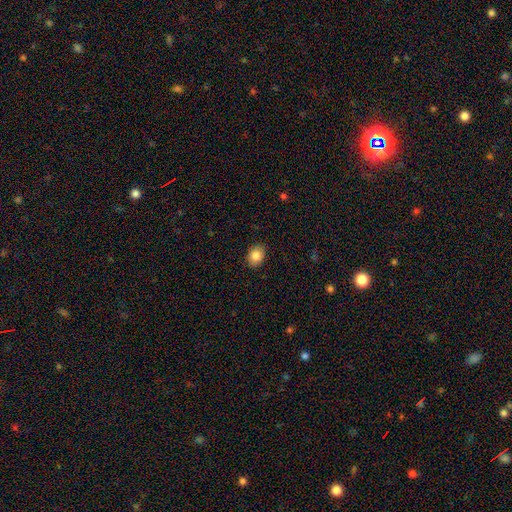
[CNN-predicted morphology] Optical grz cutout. It shows a smooth galaxy with no disk features (85%) that is in between round and cigar-shaped (61%). Merging: none (88%).